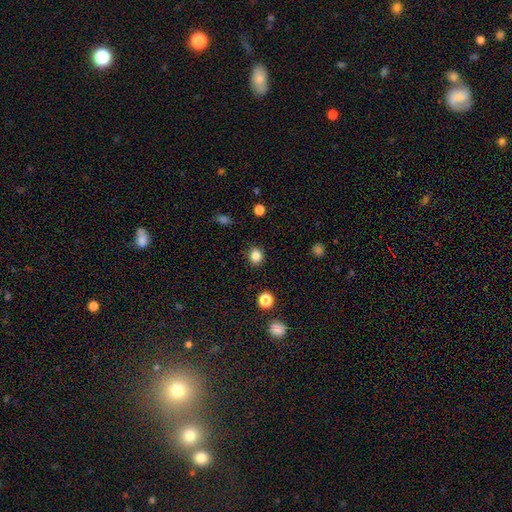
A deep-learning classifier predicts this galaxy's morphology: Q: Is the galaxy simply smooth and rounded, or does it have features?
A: smooth — 84%.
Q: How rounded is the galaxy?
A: round — 78%.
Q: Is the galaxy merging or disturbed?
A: none — 90%.